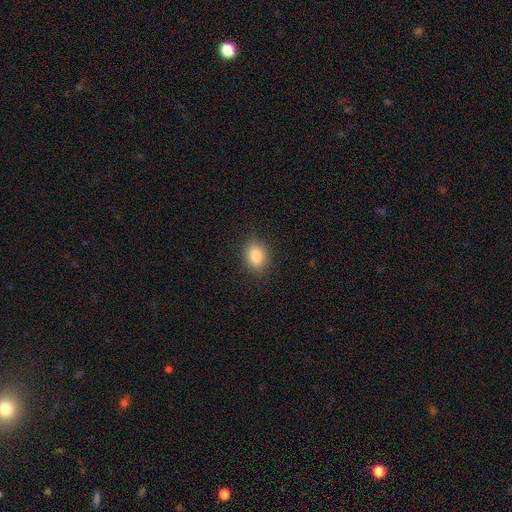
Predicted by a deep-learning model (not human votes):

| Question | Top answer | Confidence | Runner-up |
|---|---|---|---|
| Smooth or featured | smooth | 84% | star or artifact (9%) |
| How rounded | in between | 64% | round (34%) |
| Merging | none | 86% | minor disturbance (10%) |